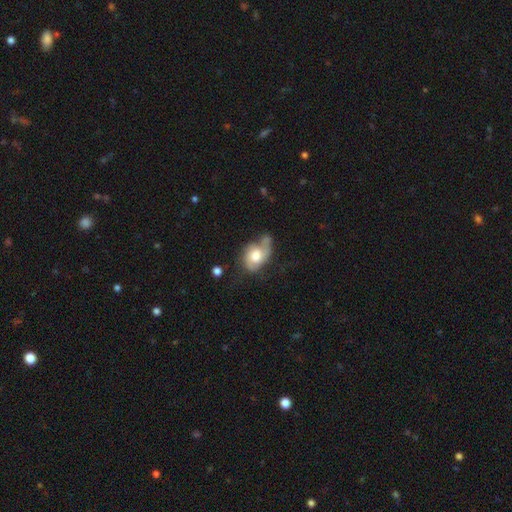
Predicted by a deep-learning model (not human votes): Morphology: type=featured or disk (47%); merging=none (31%, tied with minor disturbance).